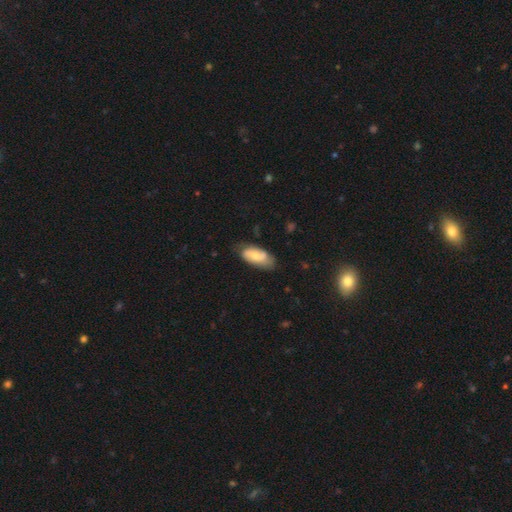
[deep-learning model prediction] Smooth or featured?
  - smooth: 57% *
  - featured or disk: 37%
  - star or artifact: 6%
How rounded?
  - in between: 88% *
  - cigar-shaped: 9%
  - round: 3%
Merging?
  - none: 66% *
  - minor disturbance: 26%
  - major disturbance: 6%
  - merger: 2%